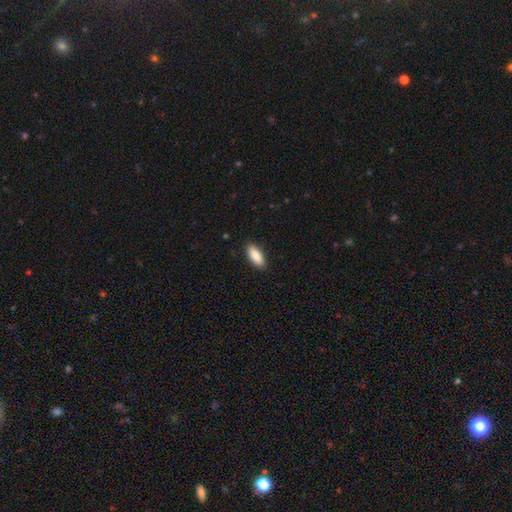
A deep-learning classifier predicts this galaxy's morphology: Smooth or featured: smooth — 87% (featured or disk — 7%)
How rounded: in between — 79% (cigar-shaped — 19%)
Merging: none — 88% (minor disturbance — 9%)